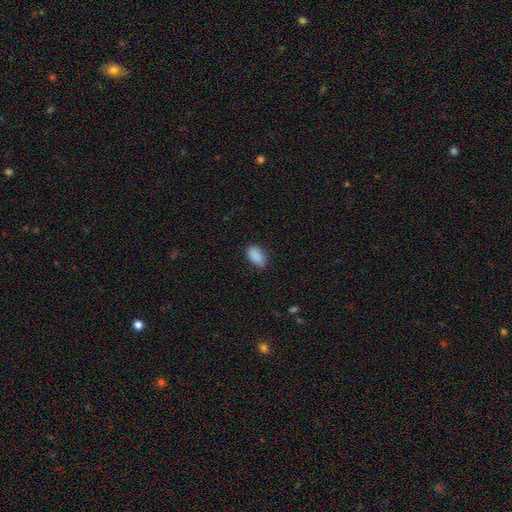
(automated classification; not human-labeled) Smooth or featured: smooth — 89% (star or artifact — 7%)
How rounded: in between — 91% (cigar-shaped — 4%)
Merging: none — 79% (minor disturbance — 17%)